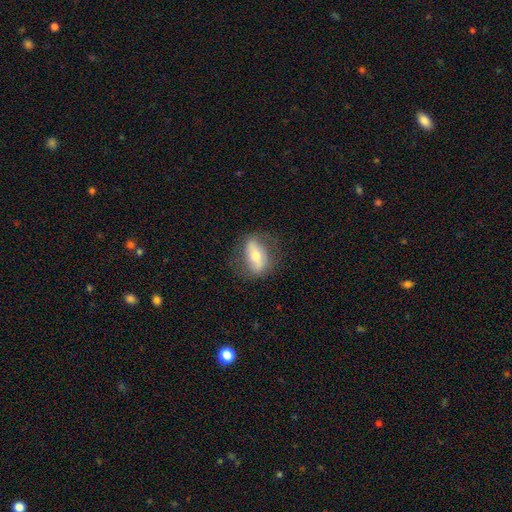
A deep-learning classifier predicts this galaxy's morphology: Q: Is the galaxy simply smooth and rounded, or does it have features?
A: featured or disk — 48%.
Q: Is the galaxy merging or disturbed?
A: none — 74%.